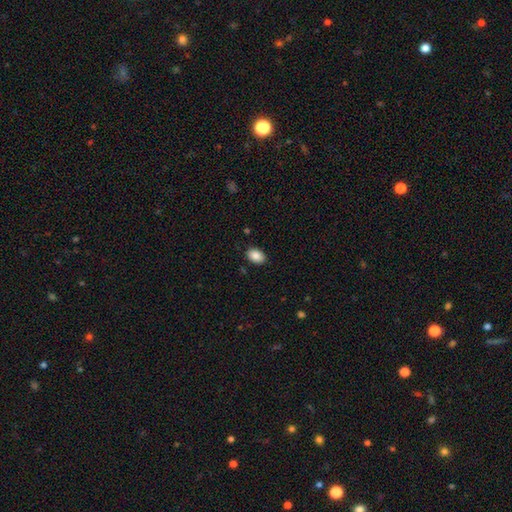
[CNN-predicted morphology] This appears to be a smooth galaxy with no disk features (87%) that is in between round and cigar-shaped (83%). Merging: none (88%).